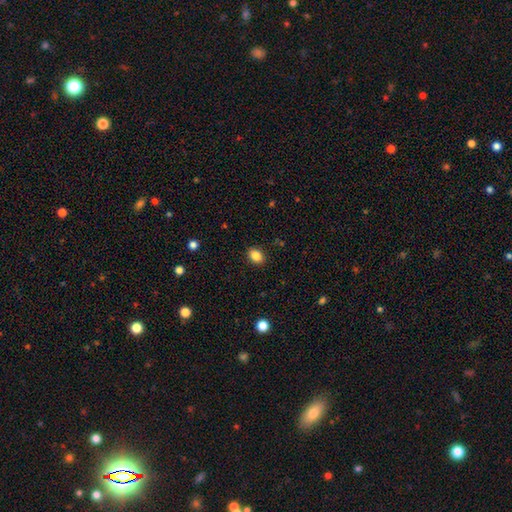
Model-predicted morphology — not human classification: Smooth or featured?
  - smooth: 86% *
  - star or artifact: 10%
  - featured or disk: 5%
How rounded?
  - in between: 63% *
  - round: 36%
  - cigar-shaped: 1%
Merging?
  - none: 89% *
  - minor disturbance: 8%
  - major disturbance: 2%
  - merger: 1%